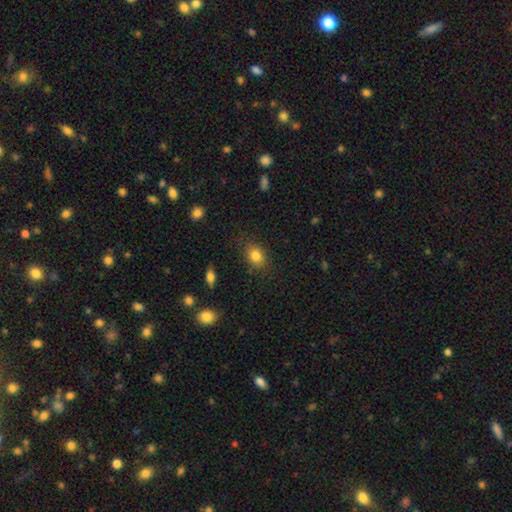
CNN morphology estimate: Q: Smooth or featured?
A: smooth (82%); runner-up: star or artifact (10%)
Q: How rounded?
A: in between (67%); runner-up: round (31%)
Q: Merging?
A: none (81%); runner-up: minor disturbance (14%)